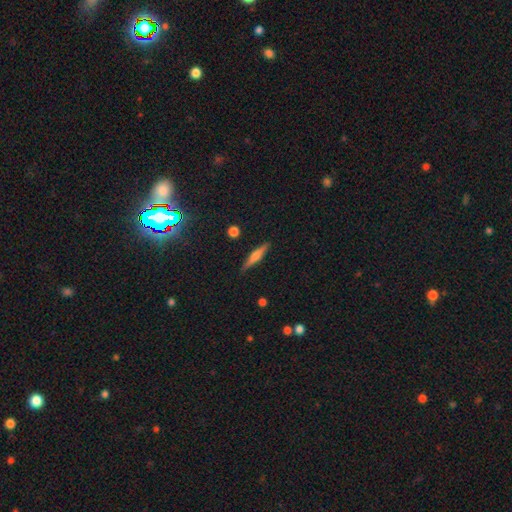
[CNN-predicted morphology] smooth_or_featured: smooth (p=0.47) [alt: featured or disk p=0.46]
merging: none (p=0.87) [alt: minor disturbance p=0.10]